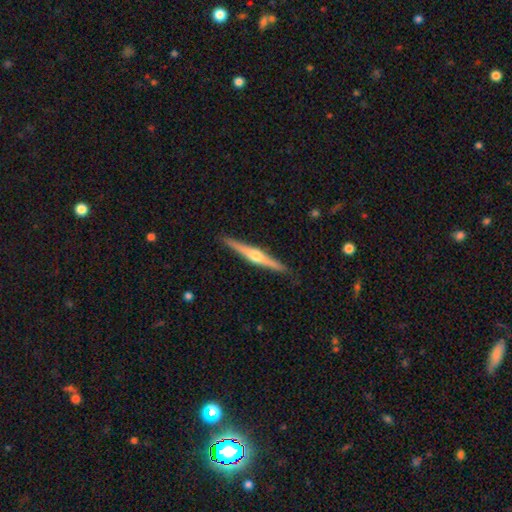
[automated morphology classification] This appears to be a featured or disk galaxy (76%) viewed edge-on (98%) with a rounded central bulge (93%). Merging: none (91%).